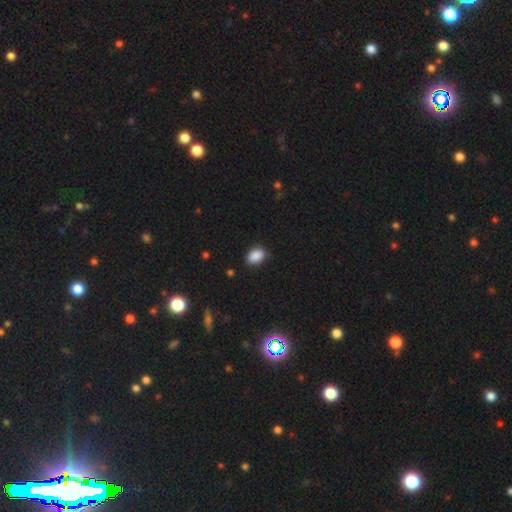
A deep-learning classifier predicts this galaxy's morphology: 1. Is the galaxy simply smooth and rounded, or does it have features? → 88% smooth, 8% star or artifact, 3% featured or disk.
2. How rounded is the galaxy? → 83% in between, 16% round, 1% cigar-shaped.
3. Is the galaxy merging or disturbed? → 83% none, 13% minor disturbance, 2% major disturbance, 1% merger.